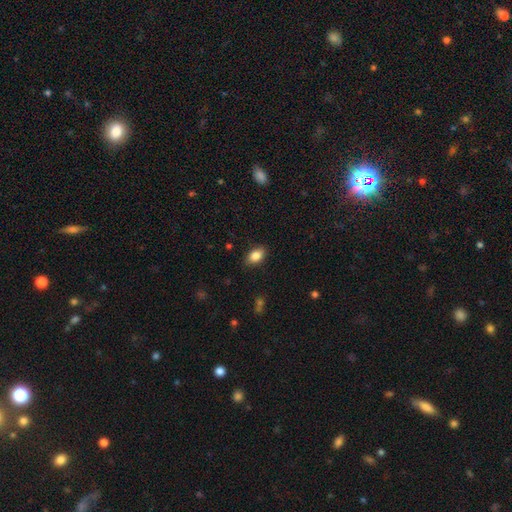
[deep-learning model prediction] smooth_or_featured: smooth (p=0.85) [alt: star or artifact p=0.08]
how_rounded: in between (p=0.87) [alt: round p=0.12]
merging: none (p=0.85) [alt: minor disturbance p=0.12]